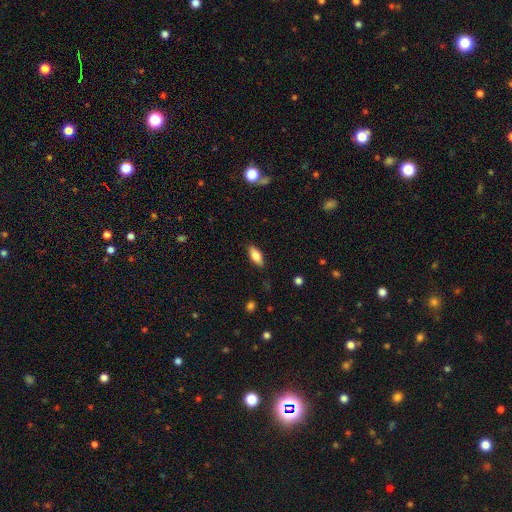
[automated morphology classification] smooth 77%, featured or disk 16%, star or artifact 7%. Down the decision tree: how rounded — in between (80%); merging — none (86%).